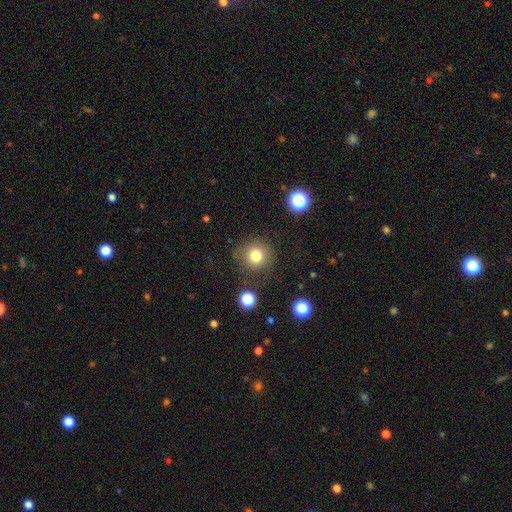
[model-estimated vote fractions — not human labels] The model was most divided on "smooth or featured": smooth: 79%, star or artifact: 13%, featured or disk: 9%. More confident: how rounded — round (92%); merging — none (80%).